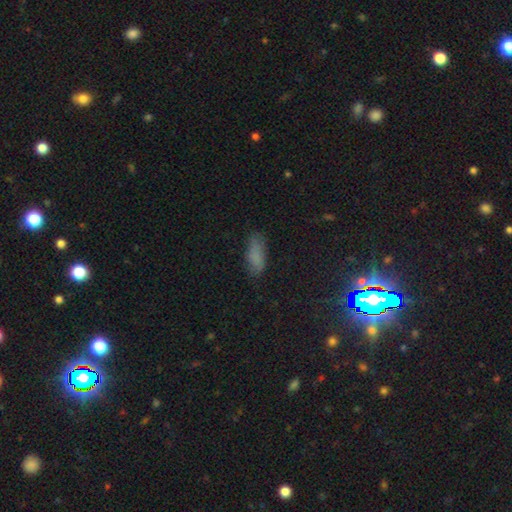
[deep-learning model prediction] Q: Smooth or featured?
A: smooth (77%); runner-up: star or artifact (13%)
Q: How rounded?
A: in between (75%); runner-up: cigar-shaped (22%)
Q: Merging?
A: none (72%); runner-up: minor disturbance (21%)